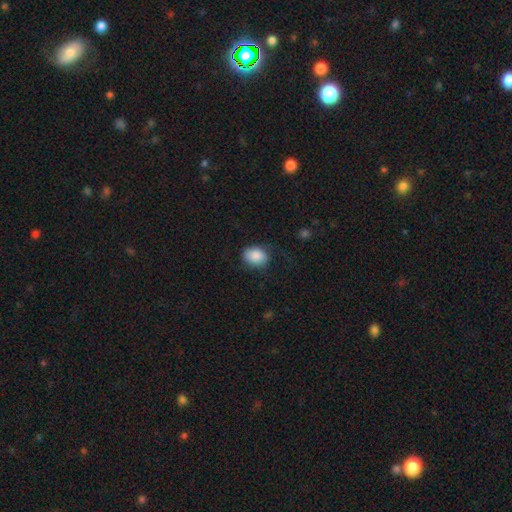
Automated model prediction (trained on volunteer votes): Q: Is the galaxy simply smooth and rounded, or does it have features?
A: smooth — 85%.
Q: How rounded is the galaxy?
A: in between — 58%.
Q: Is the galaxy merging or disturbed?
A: none — 70%.